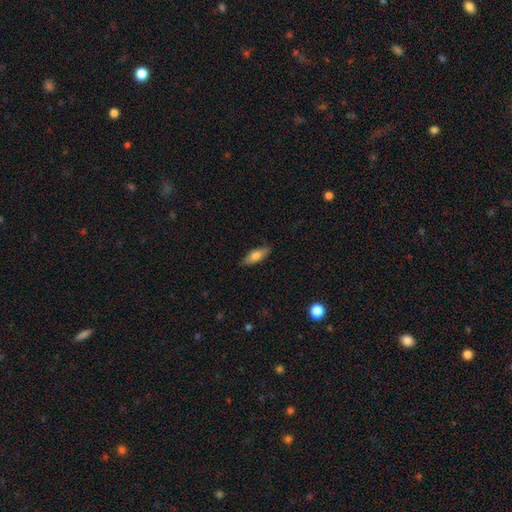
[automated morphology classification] A smooth galaxy with no disk features (70%) that is in between round and cigar-shaped (66%).

Vote fractions:
- Smooth or featured? smooth: 70% / featured or disk: 23% / star or artifact: 6%
- How rounded? in between: 66% / cigar-shaped: 31% / round: 3%
- Merging? none: 84% / minor disturbance: 13% / major disturbance: 2% / merger: 1%